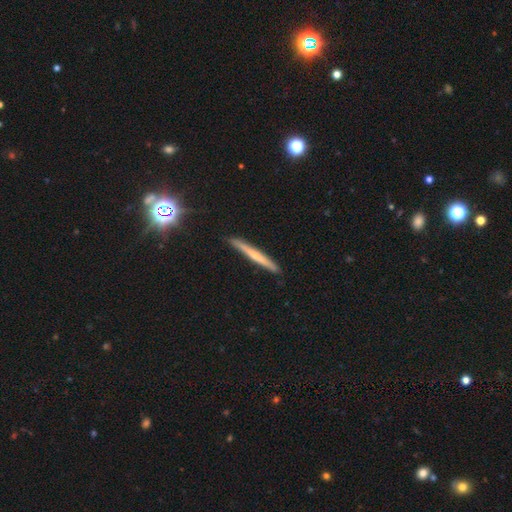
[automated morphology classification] Overall: featured or disk (47%; smooth 46%). Merging: none (90%).